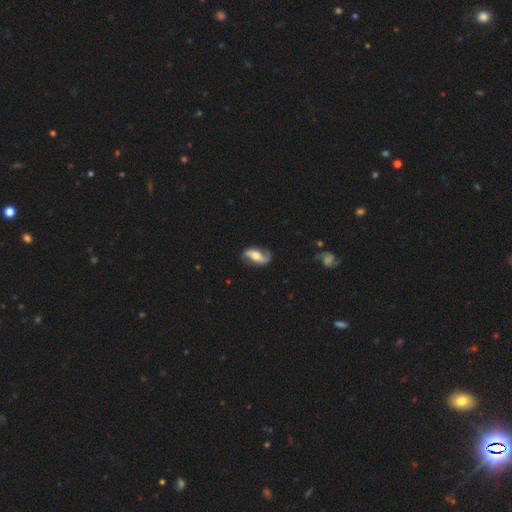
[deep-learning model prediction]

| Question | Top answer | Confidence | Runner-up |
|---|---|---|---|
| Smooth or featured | featured or disk | 74% | smooth (20%) |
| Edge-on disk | no | 92% | yes (8%) |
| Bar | no | 44% | weak (32%) |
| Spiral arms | yes | 91% | no (9%) |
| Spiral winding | loose | 69% | medium (22%) |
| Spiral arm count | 2 | 91% | can't tell (4%) |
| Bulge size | moderate | 64% | small (17%) |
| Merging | none | 78% | minor disturbance (16%) |